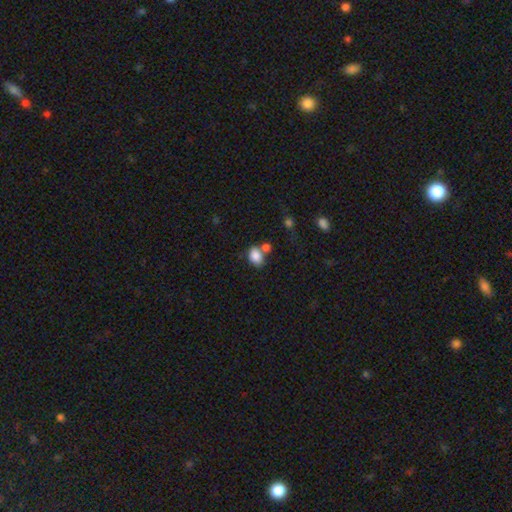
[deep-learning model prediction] Smooth or featured? Predicted: smooth (p=0.84). How rounded? Predicted: in between (p=0.75). Merging? Predicted: none (p=0.49).